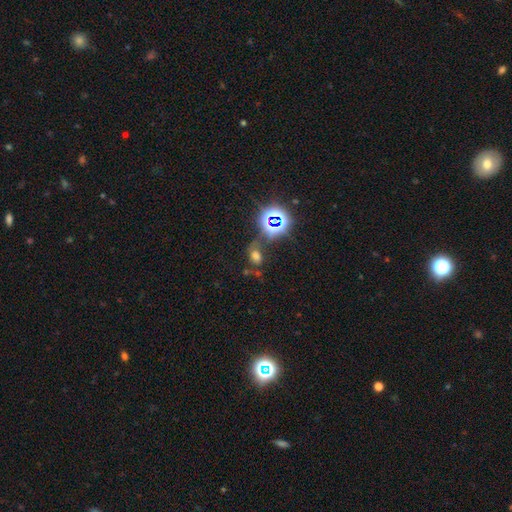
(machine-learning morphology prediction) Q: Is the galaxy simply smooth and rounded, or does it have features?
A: smooth — 48%.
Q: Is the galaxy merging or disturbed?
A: none — 51%.